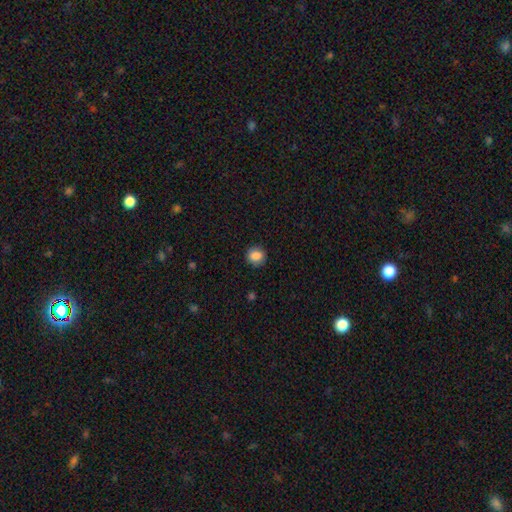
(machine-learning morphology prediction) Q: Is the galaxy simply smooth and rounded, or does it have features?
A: smooth — 86%.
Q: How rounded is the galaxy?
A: round — 80%.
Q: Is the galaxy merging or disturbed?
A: none — 89%.